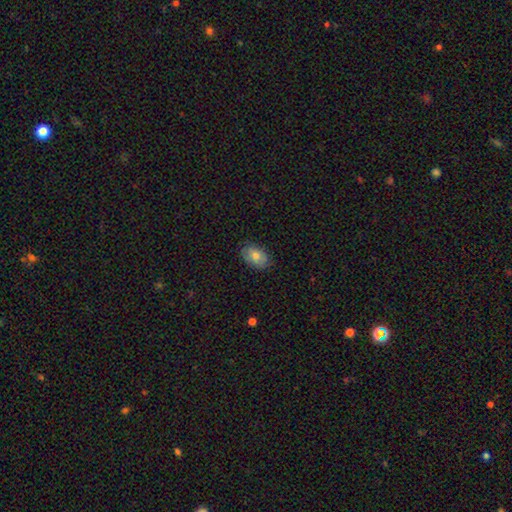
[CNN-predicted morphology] The model was most divided on "smooth or featured": smooth: 74%, featured or disk: 18%, star or artifact: 8%. More confident: how rounded — in between (88%); merging — none (82%).